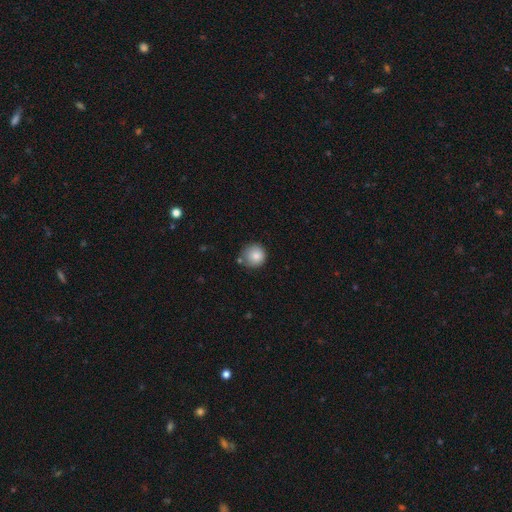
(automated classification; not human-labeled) This appears to be a smooth galaxy with no disk features (84%) that is round (94%). Merging: none (75%).